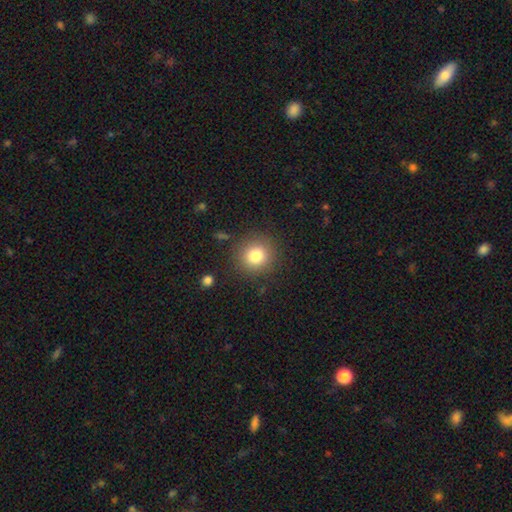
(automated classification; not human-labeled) A smooth galaxy with no disk features (81%) that is round (91%). Merging: none (87%).